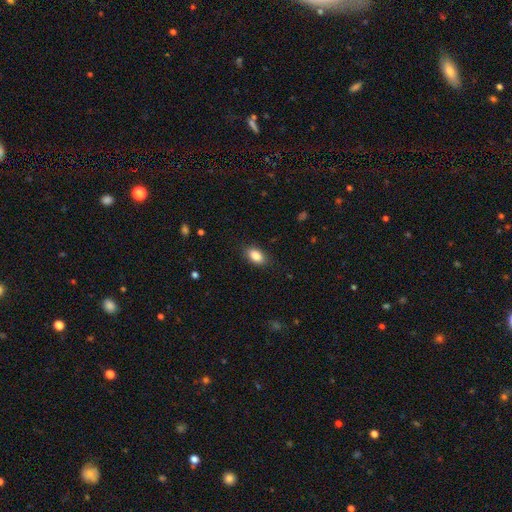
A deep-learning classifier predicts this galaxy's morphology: The model was most divided on "merging": none: 86%, minor disturbance: 10%, major disturbance: 3%, merger: 1%. More confident: how rounded — in between (89%); smooth or featured — smooth (85%).